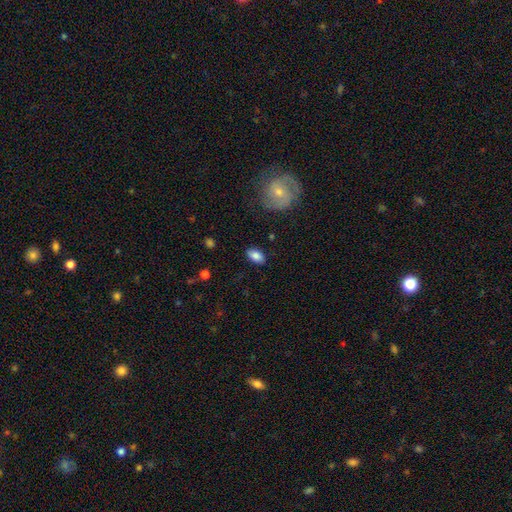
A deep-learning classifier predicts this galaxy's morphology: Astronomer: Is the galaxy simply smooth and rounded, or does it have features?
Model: smooth — 82%.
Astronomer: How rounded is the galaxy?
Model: in between — 92%.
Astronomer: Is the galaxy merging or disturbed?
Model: none — 85%.